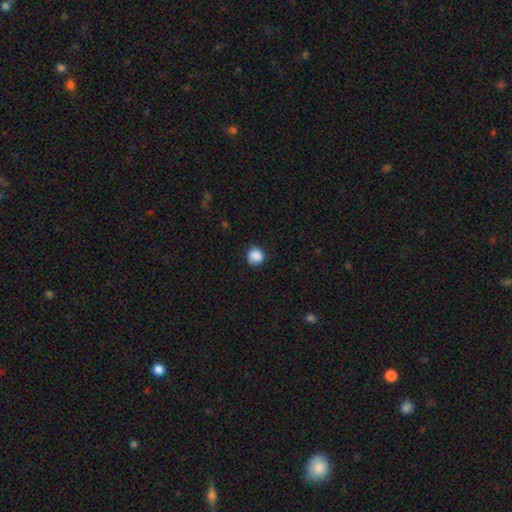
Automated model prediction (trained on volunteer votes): smooth-or-featured: smooth: 88% | star or artifact: 9% | featured or disk: 3%
  how-rounded: round: 88% | in between: 11% | cigar-shaped: 1%
  merging: none: 81% | minor disturbance: 15% | major disturbance: 3% | merger: 1%